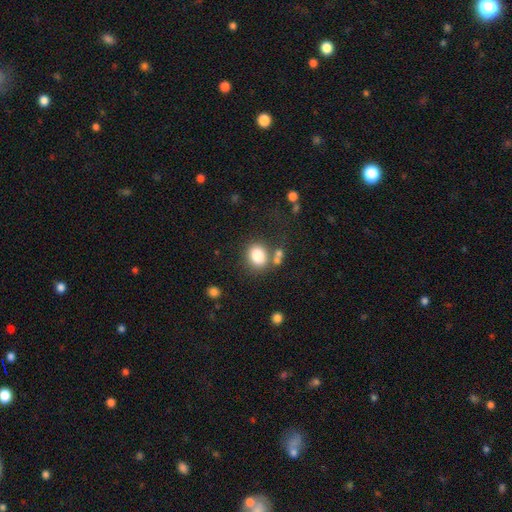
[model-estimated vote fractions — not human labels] This appears to be a smooth galaxy with no disk features (80%) that is round (60%). Merging: none (69%).